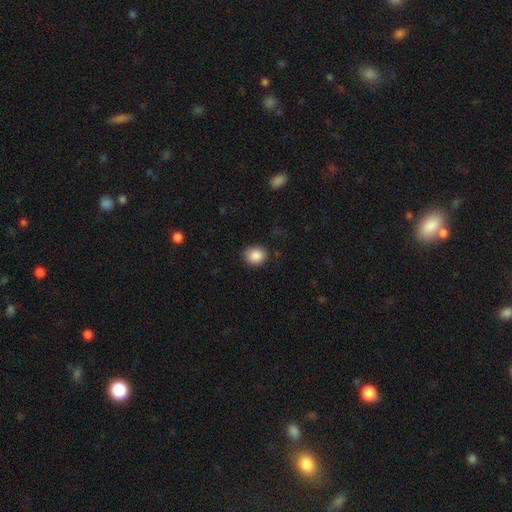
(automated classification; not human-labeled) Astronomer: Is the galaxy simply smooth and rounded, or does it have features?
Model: smooth — 88%.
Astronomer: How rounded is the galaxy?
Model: round — 69%.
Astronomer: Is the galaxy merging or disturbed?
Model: none — 83%.